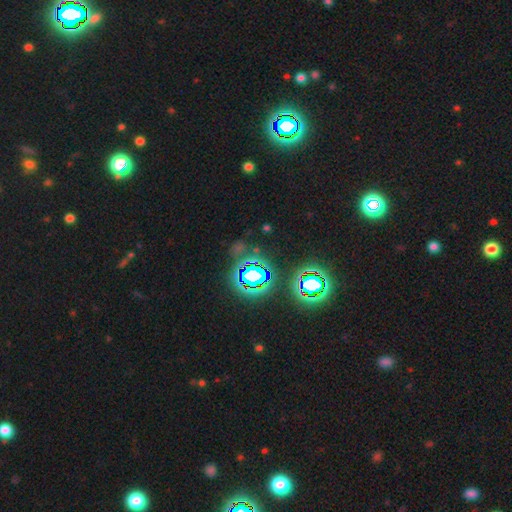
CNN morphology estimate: Smooth or featured?
  - star or artifact: 79% *
  - smooth: 13%
  - featured or disk: 8%